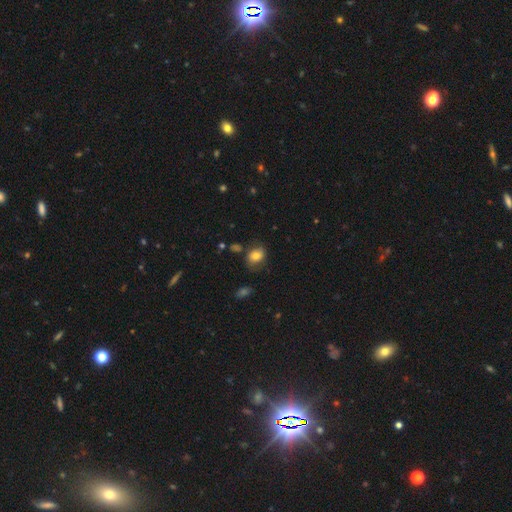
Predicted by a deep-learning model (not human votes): Smooth or featured: smooth — 74% (featured or disk — 16%)
How rounded: in between — 56% (round — 43%)
Merging: none — 67% (minor disturbance — 22%)